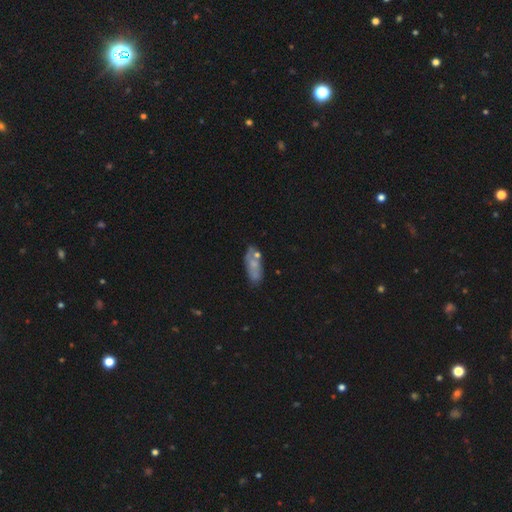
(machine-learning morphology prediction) Smooth or featured?
  - smooth: 53% *
  - featured or disk: 38%
  - star or artifact: 9%
How rounded?
  - in between: 82% *
  - cigar-shaped: 14%
  - round: 3%
Merging?
  - none: 57% *
  - minor disturbance: 22%
  - merger: 13%
  - major disturbance: 8%